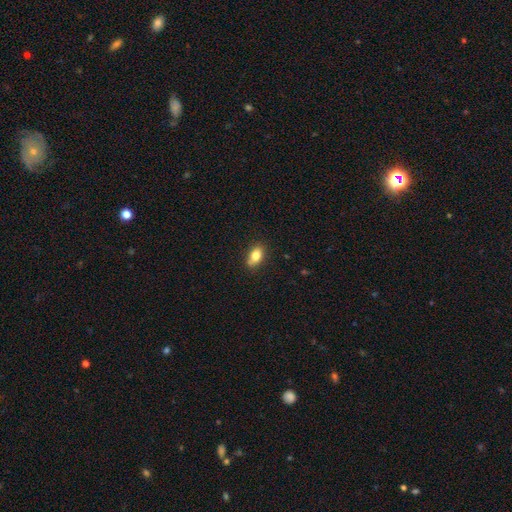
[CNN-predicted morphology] smooth-or-featured: smooth: 81% | featured or disk: 11% | star or artifact: 8%
  how-rounded: in between: 86% | round: 10% | cigar-shaped: 4%
  merging: none: 78% | minor disturbance: 16% | merger: 4% | major disturbance: 3%